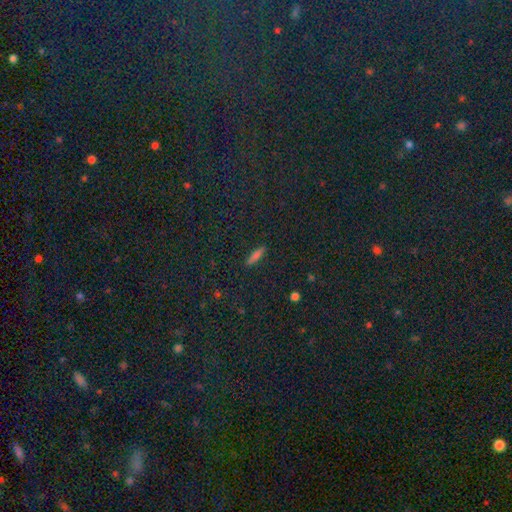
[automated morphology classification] smooth_or_featured: smooth (p=0.67) [alt: star or artifact p=0.19]
how_rounded: cigar-shaped (p=0.71) [alt: in between p=0.23]
merging: none (p=0.90) [alt: minor disturbance p=0.07]